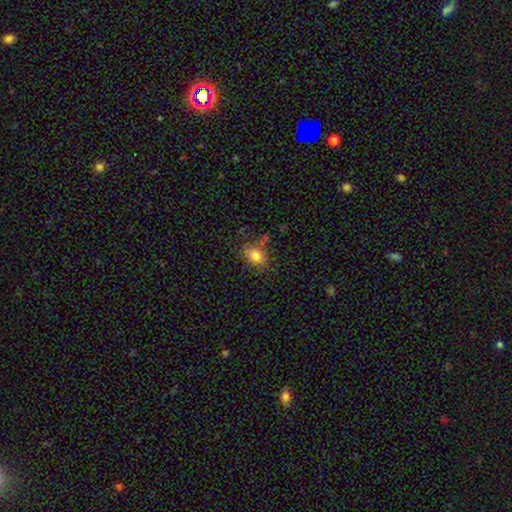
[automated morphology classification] Smooth or featured?
  - smooth: 78% *
  - star or artifact: 12%
  - featured or disk: 10%
How rounded?
  - in between: 61% *
  - round: 37%
  - cigar-shaped: 2%
Merging?
  - none: 72% *
  - minor disturbance: 18%
  - merger: 5%
  - major disturbance: 5%